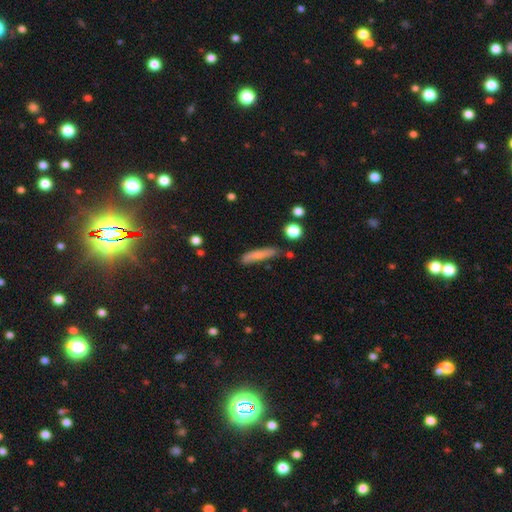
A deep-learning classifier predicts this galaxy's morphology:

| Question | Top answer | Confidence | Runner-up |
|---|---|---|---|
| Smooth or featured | smooth | 69% | featured or disk (22%) |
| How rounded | cigar-shaped | 87% | in between (11%) |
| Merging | none | 70% | minor disturbance (21%) |